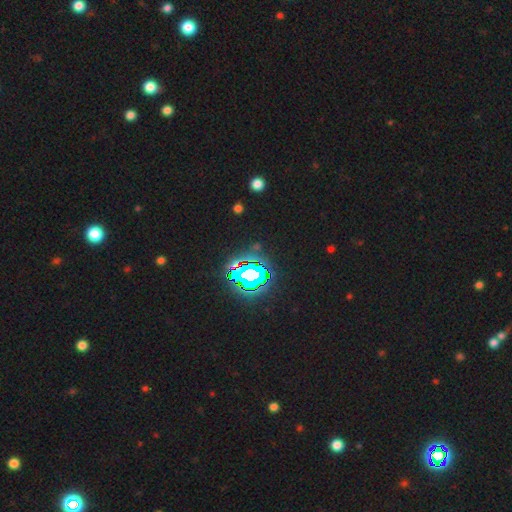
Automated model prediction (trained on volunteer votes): Smooth or featured? Predicted: star or artifact (p=0.84).